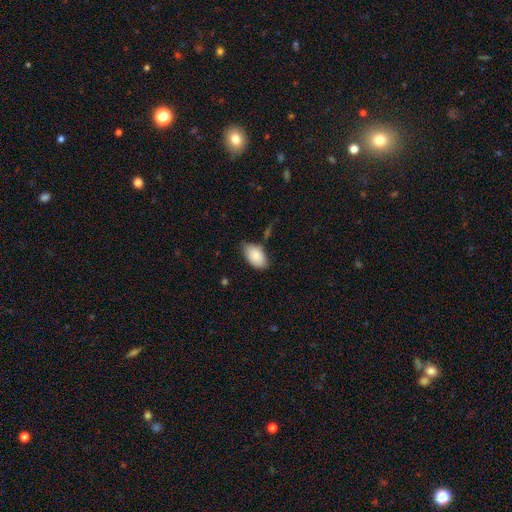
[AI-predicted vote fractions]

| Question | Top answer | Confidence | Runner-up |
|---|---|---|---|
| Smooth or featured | smooth | 85% | featured or disk (8%) |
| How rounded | in between | 93% | round (5%) |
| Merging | none | 66% | minor disturbance (26%) |